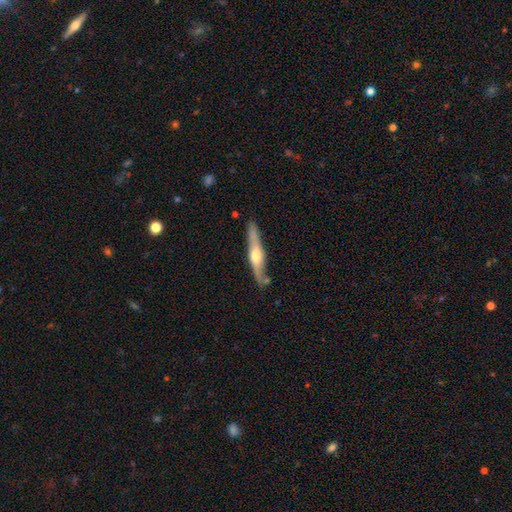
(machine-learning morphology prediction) type=featured or disk (62%); edge-on=yes (91%); edge-on bulge=rounded (89%); merging=none (78%).